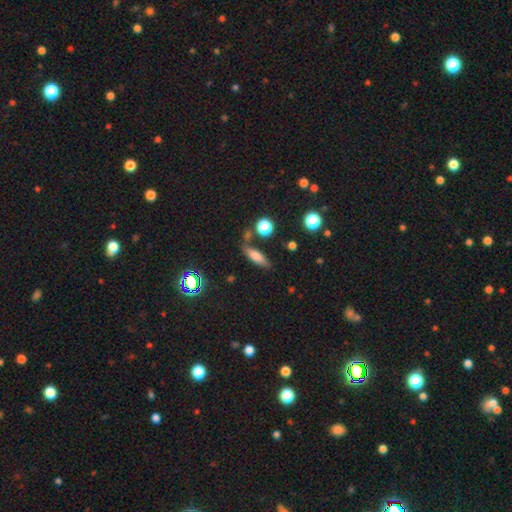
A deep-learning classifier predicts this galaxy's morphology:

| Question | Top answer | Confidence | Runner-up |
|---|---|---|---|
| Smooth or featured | smooth | 71% | featured or disk (17%) |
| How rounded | in between | 49% | cigar-shaped (46%) |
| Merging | none | 68% | minor disturbance (17%) |